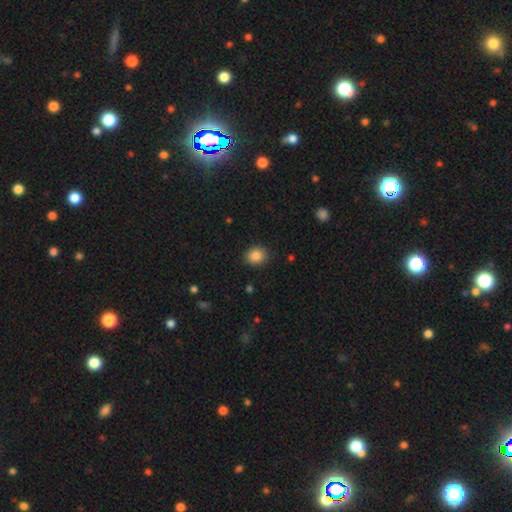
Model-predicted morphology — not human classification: Q: Smooth or featured?
A: smooth (87%); runner-up: star or artifact (9%)
Q: How rounded?
A: round (67%); runner-up: in between (32%)
Q: Merging?
A: none (88%); runner-up: minor disturbance (9%)